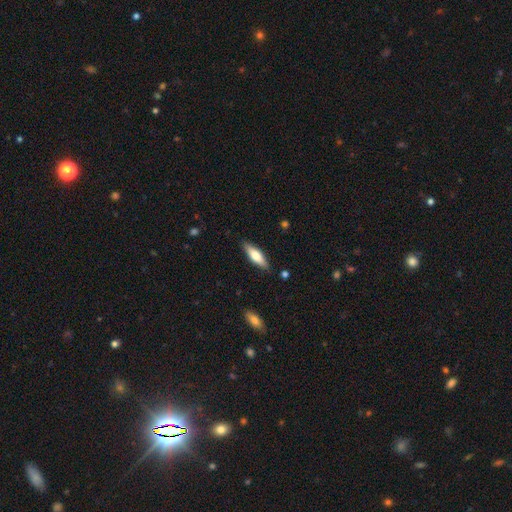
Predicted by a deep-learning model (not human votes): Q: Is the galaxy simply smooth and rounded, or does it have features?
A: smooth — 64%.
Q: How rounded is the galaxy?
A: cigar-shaped — 53%.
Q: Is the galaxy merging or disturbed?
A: none — 87%.